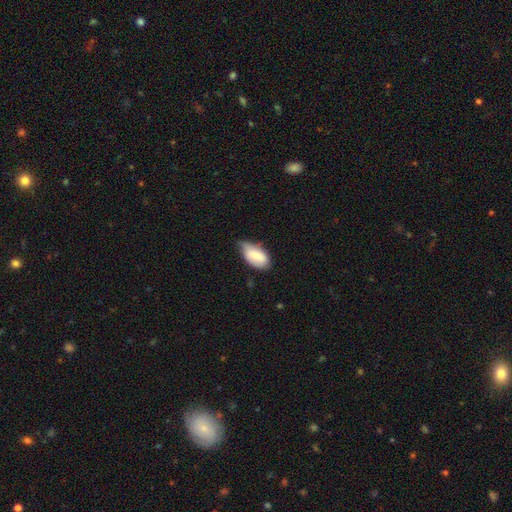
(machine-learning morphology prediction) Overall: smooth (79%). How rounded: in between (94%). Merging: minor disturbance (51%; none 36%).